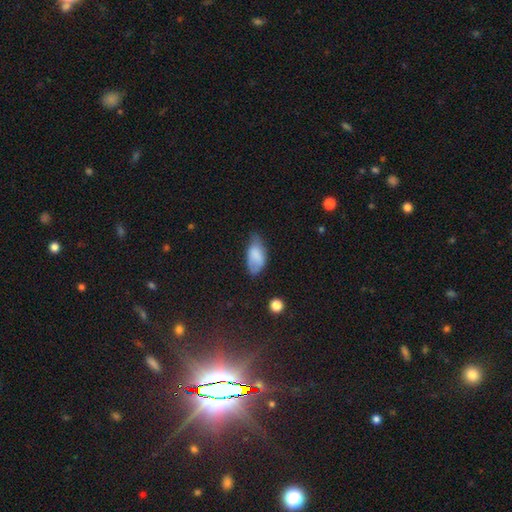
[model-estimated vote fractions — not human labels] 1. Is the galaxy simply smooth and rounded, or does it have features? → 77% smooth, 15% featured or disk, 8% star or artifact.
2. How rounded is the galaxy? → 92% in between, 4% cigar-shaped, 3% round.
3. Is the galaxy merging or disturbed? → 44% minor disturbance, 40% none, 14% major disturbance, 2% merger.